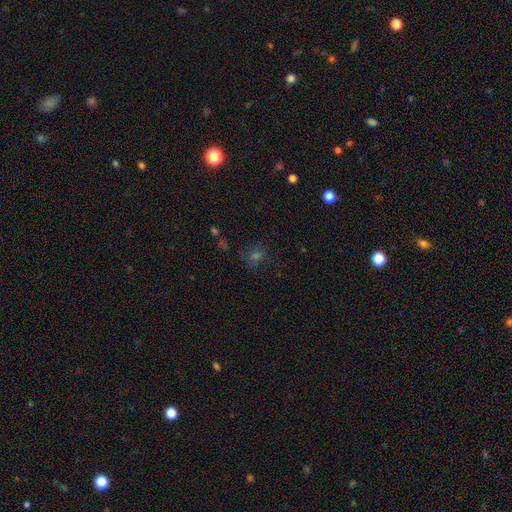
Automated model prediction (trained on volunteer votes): smooth-or-featured: smooth: 44% | star or artifact: 40% | featured or disk: 15%
  merging: none: 76% | minor disturbance: 14% | major disturbance: 7% | merger: 3%